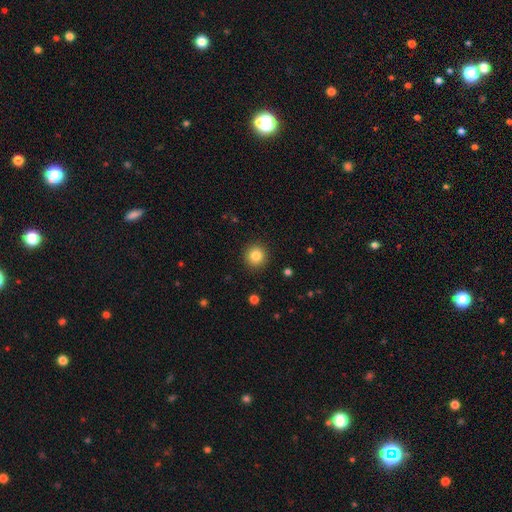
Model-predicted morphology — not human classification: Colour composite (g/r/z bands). It shows a smooth galaxy with no disk features (84%) that is round (95%). Merging: none (92%).